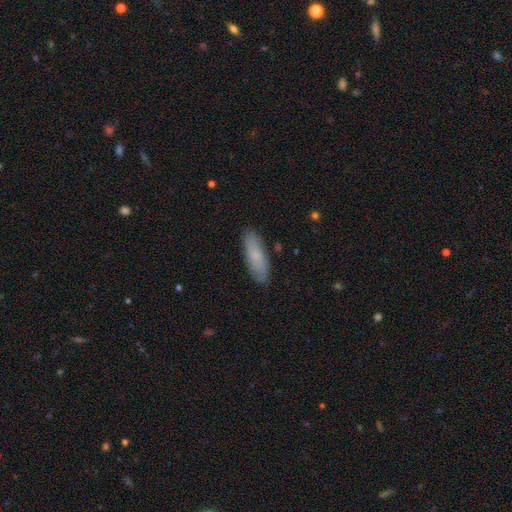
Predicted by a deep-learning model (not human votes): Smooth or featured? smooth (78%)
How rounded? in between (51%)
Merging? none (85%)